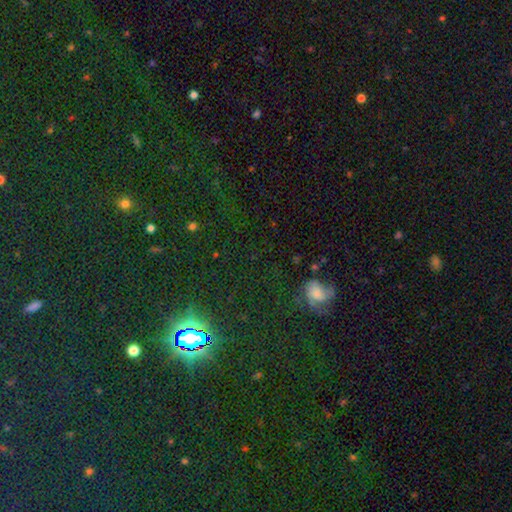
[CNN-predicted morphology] Smooth or featured: star or artifact — 68% (smooth — 24%)